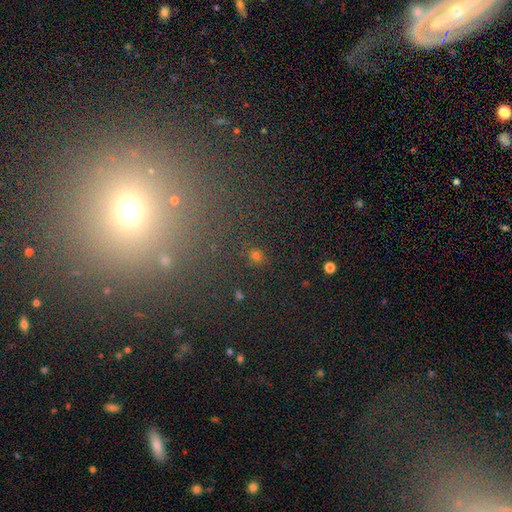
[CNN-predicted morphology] Smooth or featured? Predicted: smooth (p=0.47). Merging? Predicted: none (p=0.85).